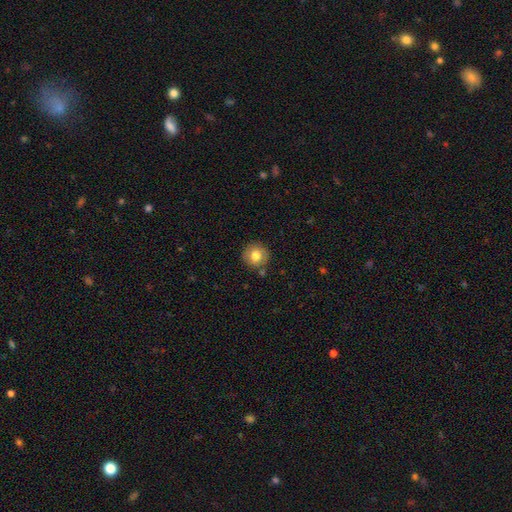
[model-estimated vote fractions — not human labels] smooth_or_featured: smooth (p=0.79) [alt: featured or disk p=0.11]
how_rounded: round (p=0.93) [alt: in between p=0.06]
merging: none (p=0.85) [alt: minor disturbance p=0.09]